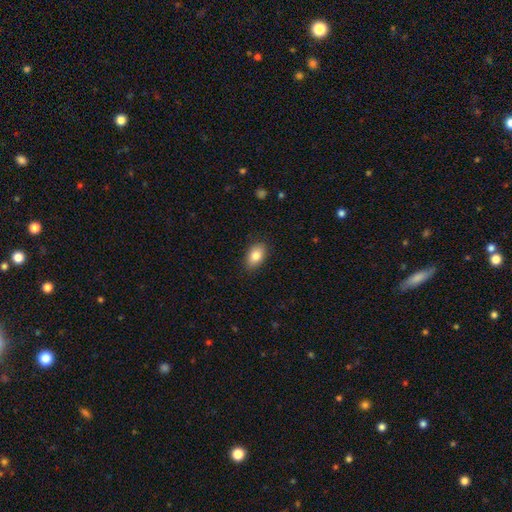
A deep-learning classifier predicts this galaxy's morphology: smooth-or-featured: smooth: 84% | featured or disk: 9% | star or artifact: 8%
  how-rounded: in between: 90% | round: 9% | cigar-shaped: 2%
  merging: none: 88% | minor disturbance: 9% | major disturbance: 2% | merger: 1%